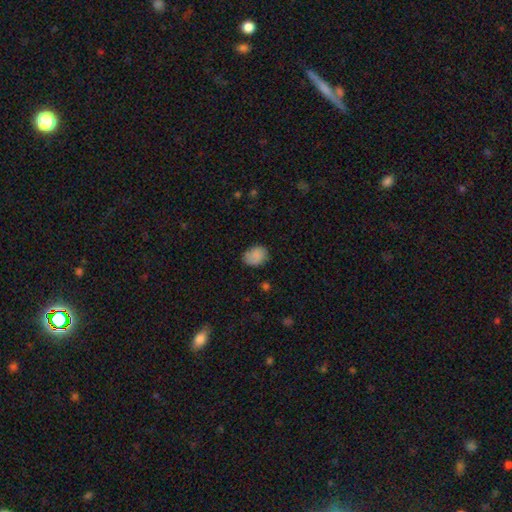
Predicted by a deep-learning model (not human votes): Smooth or featured: smooth — 81% (featured or disk — 11%)
How rounded: in between — 59% (round — 40%)
Merging: none — 68% (minor disturbance — 24%)